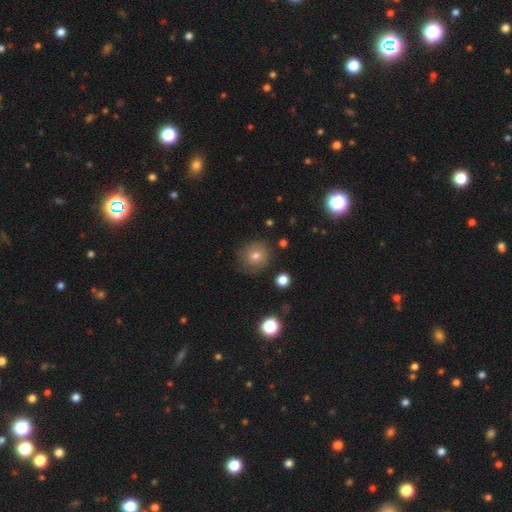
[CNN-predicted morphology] This appears to be a smooth galaxy with no disk features (67%) that is round (87%). Merging: none (76%).